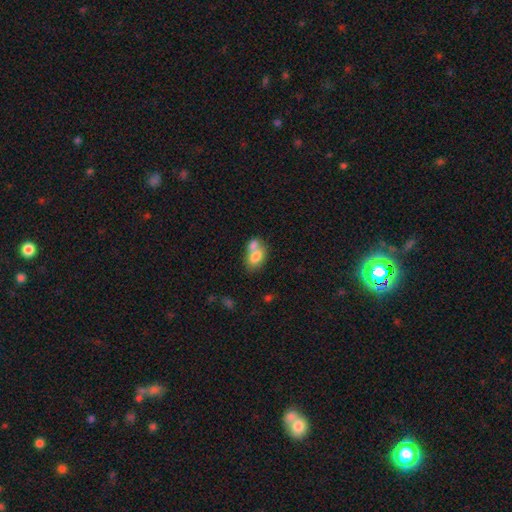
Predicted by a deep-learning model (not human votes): smooth_or_featured: smooth (p=0.76) [alt: featured or disk p=0.17]
how_rounded: in between (p=0.86) [alt: round p=0.12]
merging: merger (p=0.56) [alt: none p=0.29]